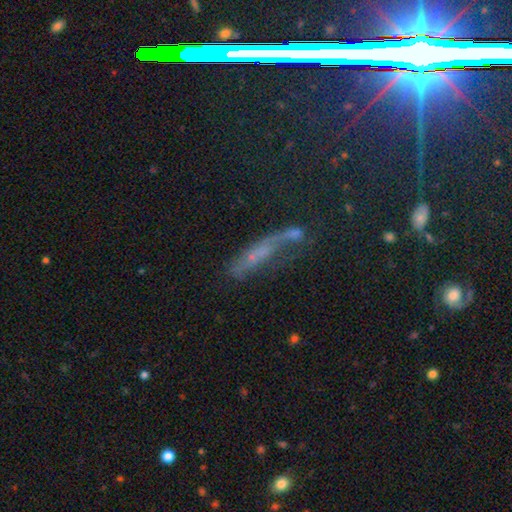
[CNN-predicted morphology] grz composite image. It shows a featured or disk galaxy (37%). Merging: none (48%).